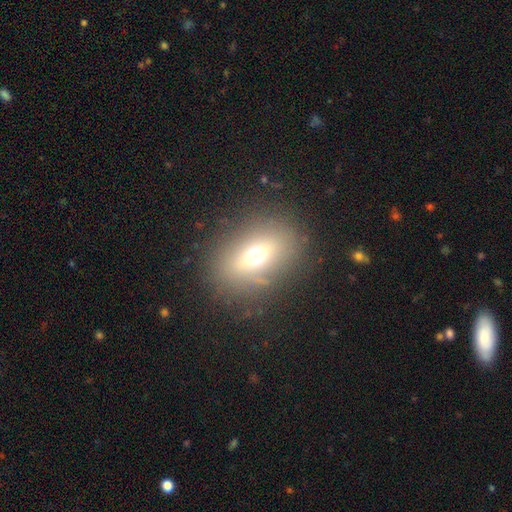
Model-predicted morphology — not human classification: Smooth or featured?
  - smooth: 59% *
  - featured or disk: 25%
  - star or artifact: 16%
How rounded?
  - in between: 69% *
  - round: 27%
  - cigar-shaped: 4%
Merging?
  - none: 79% *
  - minor disturbance: 13%
  - major disturbance: 6%
  - merger: 2%